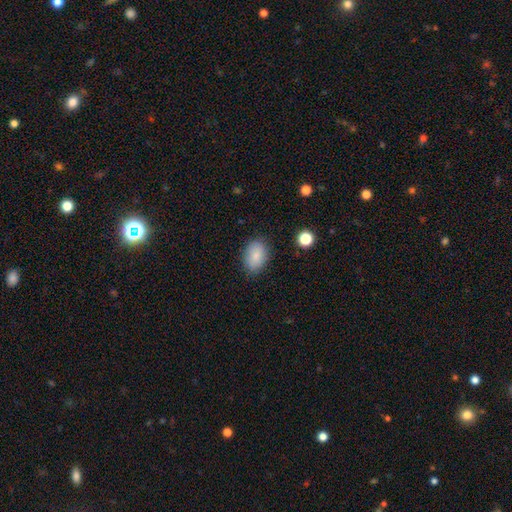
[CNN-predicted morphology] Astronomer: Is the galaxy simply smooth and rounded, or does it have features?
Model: smooth — 85%.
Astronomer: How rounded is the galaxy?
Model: in between — 83%.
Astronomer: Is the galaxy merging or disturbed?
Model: none — 83%.